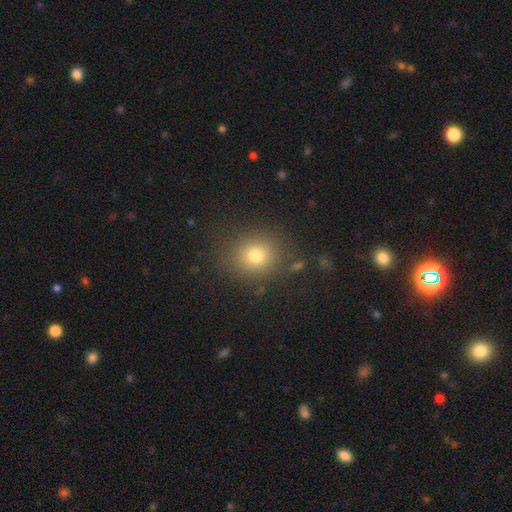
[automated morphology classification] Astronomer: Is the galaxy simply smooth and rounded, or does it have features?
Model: smooth — 76%.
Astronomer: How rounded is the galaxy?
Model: round — 79%.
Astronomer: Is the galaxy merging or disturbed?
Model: none — 85%.